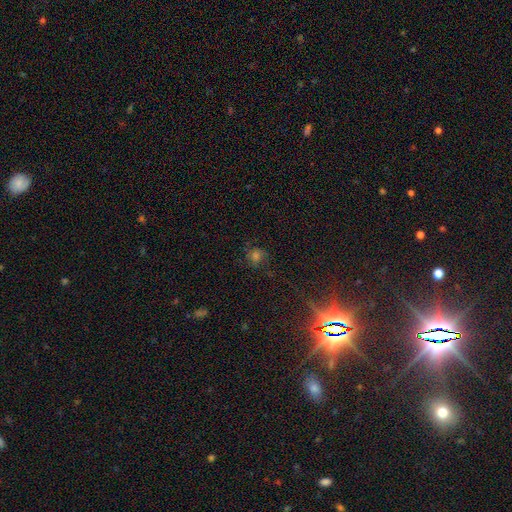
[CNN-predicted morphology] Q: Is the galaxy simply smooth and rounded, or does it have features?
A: smooth — 41%.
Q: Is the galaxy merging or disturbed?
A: none — 75%.